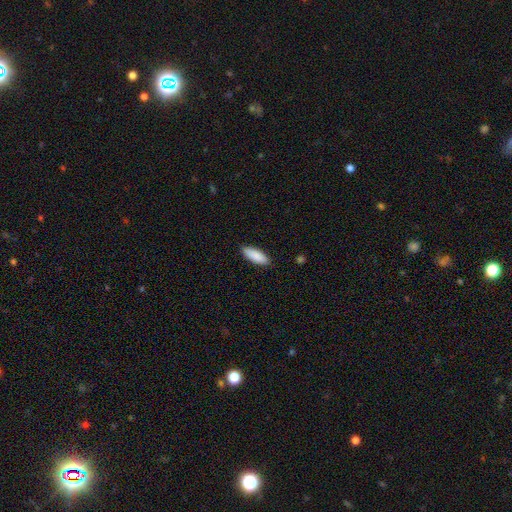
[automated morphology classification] The model was most divided on "how rounded": in between: 70%, cigar-shaped: 29%, round: 2%. More confident: smooth or featured — smooth (89%); merging — none (88%).